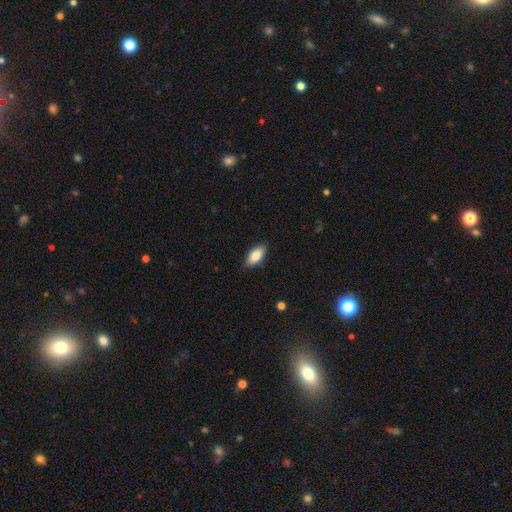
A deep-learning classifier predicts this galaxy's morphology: A smooth galaxy with no disk features (85%) that is in between round and cigar-shaped (89%).

Vote fractions:
- Smooth or featured? smooth: 85% / featured or disk: 9% / star or artifact: 6%
- How rounded? in between: 89% / cigar-shaped: 9% / round: 2%
- Merging? none: 85% / minor disturbance: 12% / major disturbance: 2% / merger: 1%